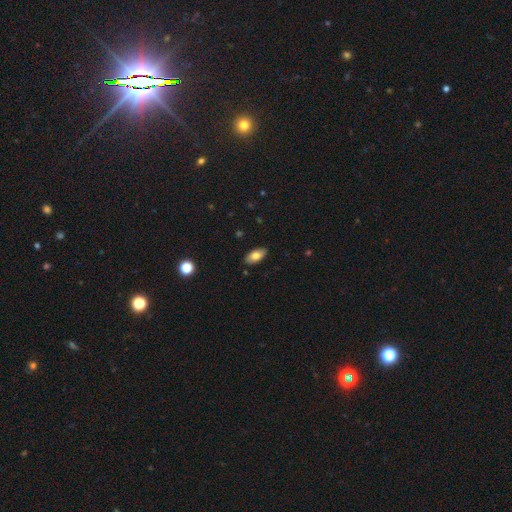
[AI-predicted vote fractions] smooth-or-featured: smooth: 77% | featured or disk: 16% | star or artifact: 7%
  how-rounded: in between: 92% | cigar-shaped: 5% | round: 3%
  merging: none: 88% | minor disturbance: 9% | major disturbance: 2% | merger: 1%